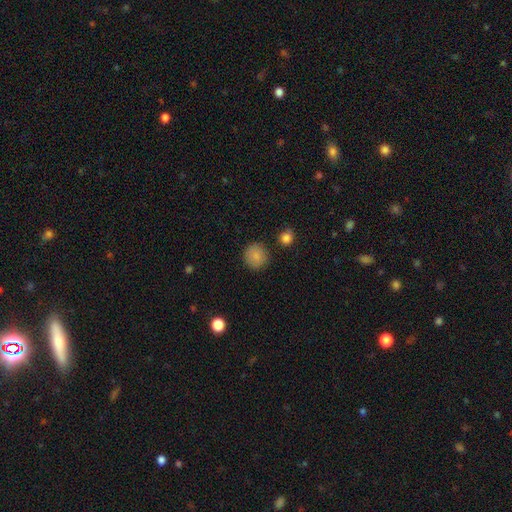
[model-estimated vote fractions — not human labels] Q: Smooth or featured?
A: smooth (86%); runner-up: star or artifact (9%)
Q: How rounded?
A: round (91%); runner-up: in between (8%)
Q: Merging?
A: none (86%); runner-up: minor disturbance (8%)